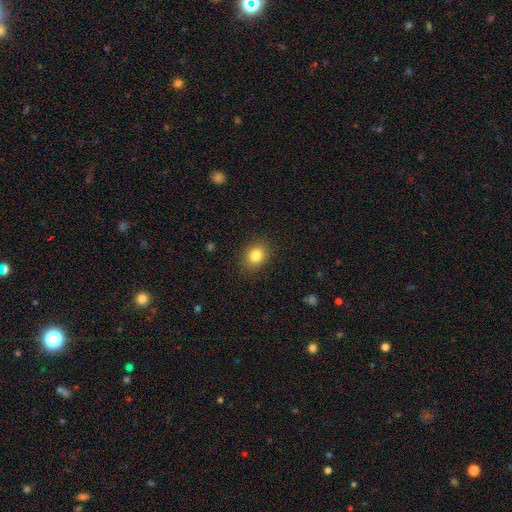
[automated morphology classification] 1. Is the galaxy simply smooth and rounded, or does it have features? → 82% smooth, 11% star or artifact, 7% featured or disk.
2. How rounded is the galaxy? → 55% round, 44% in between, 1% cigar-shaped.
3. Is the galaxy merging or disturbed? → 88% none, 8% minor disturbance, 2% major disturbance, 1% merger.